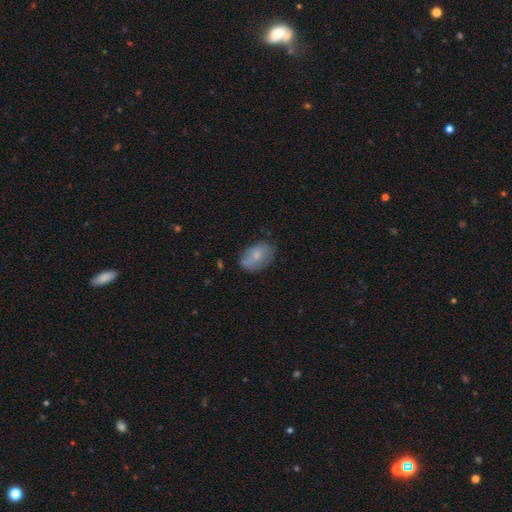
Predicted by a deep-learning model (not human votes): Smooth or featured? Predicted: smooth (p=0.65). How rounded? Predicted: in between (p=0.85). Merging? Predicted: none (p=0.60).